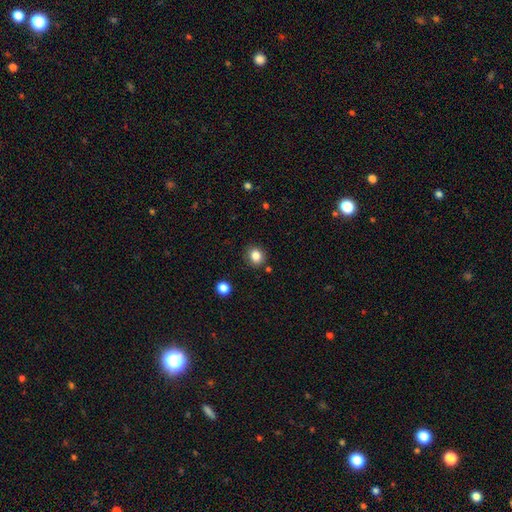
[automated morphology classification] This appears to be a smooth galaxy with no disk features (83%) that is round (75%). Merging: none (86%).